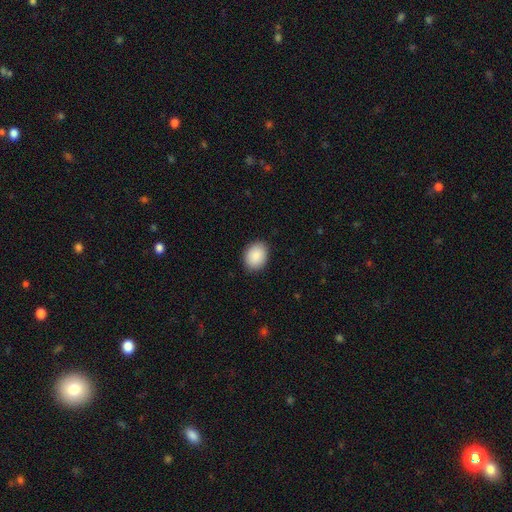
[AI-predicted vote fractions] The model was most divided on "how rounded": in between: 62%, round: 37%, cigar-shaped: 1%. More confident: smooth or featured — smooth (89%); merging — none (87%).